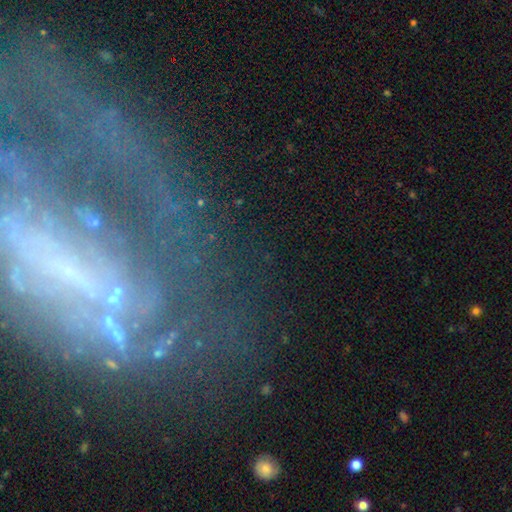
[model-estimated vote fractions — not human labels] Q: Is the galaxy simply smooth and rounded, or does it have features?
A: featured or disk — 69%.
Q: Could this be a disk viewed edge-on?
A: no — 93%.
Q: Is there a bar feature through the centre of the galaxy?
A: strong — 35%.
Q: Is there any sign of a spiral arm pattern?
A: yes — 65%.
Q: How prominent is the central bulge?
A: small — 47%.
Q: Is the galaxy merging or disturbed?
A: none — 52%.